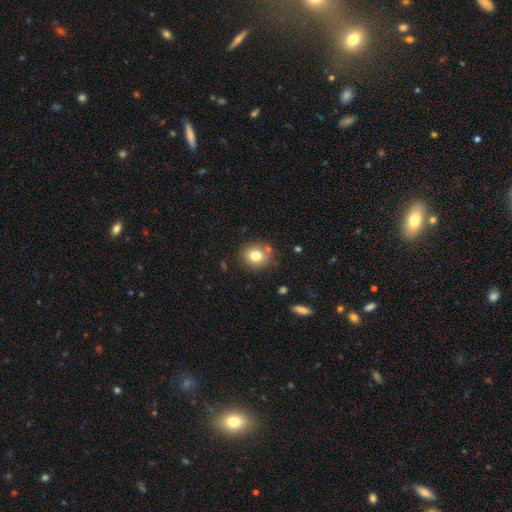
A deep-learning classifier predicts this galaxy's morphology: The model was most divided on "how rounded": round: 76%, in between: 23%, cigar-shaped: 1%. More confident: smooth or featured — smooth (79%); merging — none (78%).